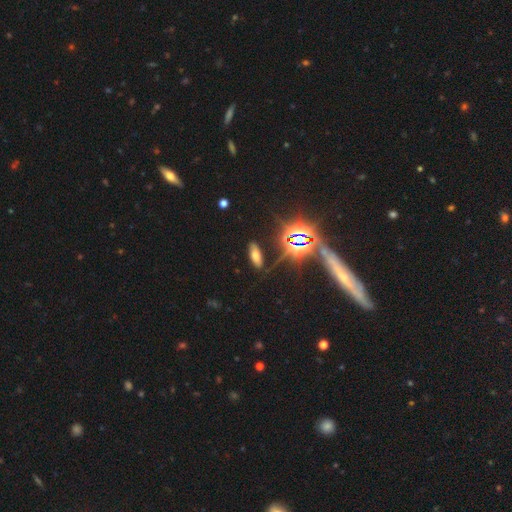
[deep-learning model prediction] smooth 48%, star or artifact 38%, featured or disk 14%. Down the decision tree: merging — none (81%).